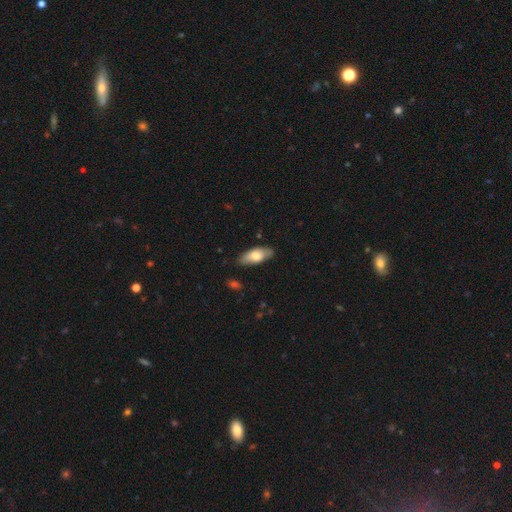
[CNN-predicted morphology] Smooth or featured? smooth (73%)
How rounded? in between (83%)
Merging? none (79%)